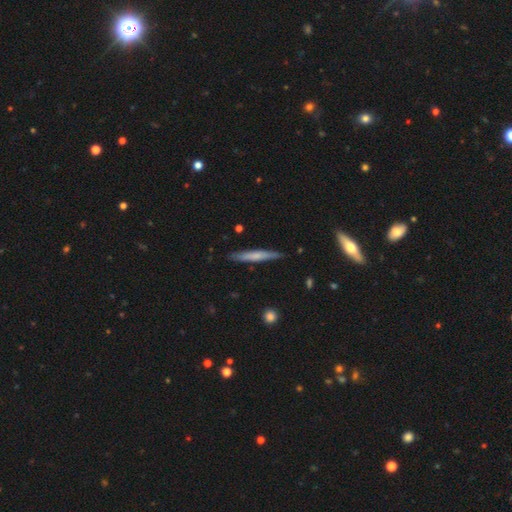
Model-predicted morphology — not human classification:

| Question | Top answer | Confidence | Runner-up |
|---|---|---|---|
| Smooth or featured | smooth | 57% | featured or disk (38%) |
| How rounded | cigar-shaped | 94% | in between (4%) |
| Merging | none | 86% | minor disturbance (11%) |